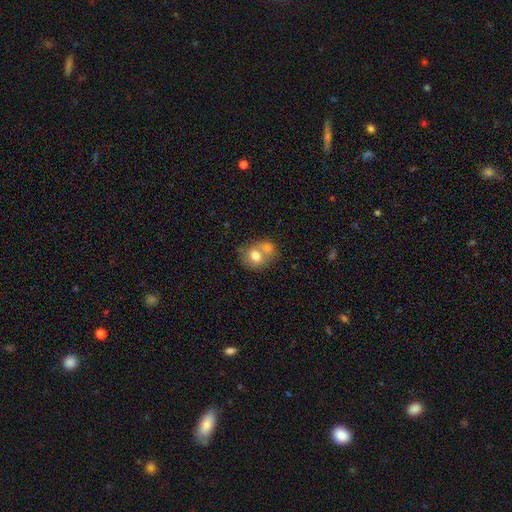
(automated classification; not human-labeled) Overall: smooth (73%). How rounded: round (61%; in between 38%). Merging: merger (58%; none 29%).